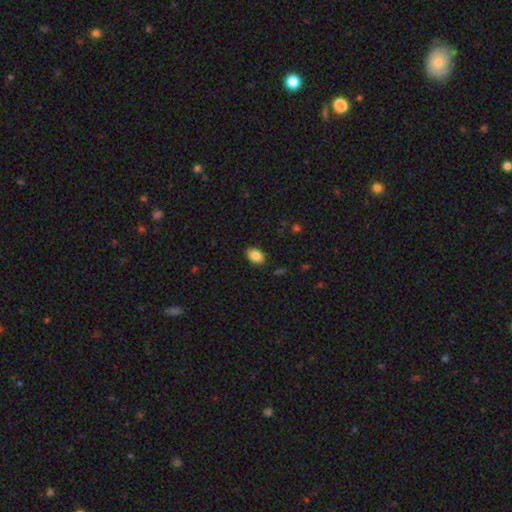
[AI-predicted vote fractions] This appears to be a smooth galaxy with no disk features (85%) that is in between round and cigar-shaped (80%). Merging: none (87%).